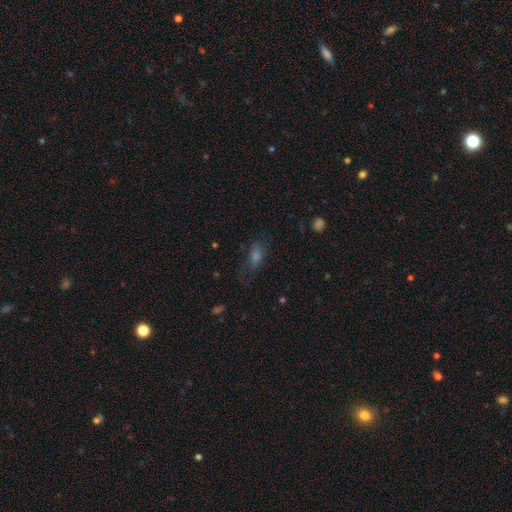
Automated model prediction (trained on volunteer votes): smooth 52%, star or artifact 26%, featured or disk 22%. Down the decision tree: how rounded — in between (72%); merging — none (63%).